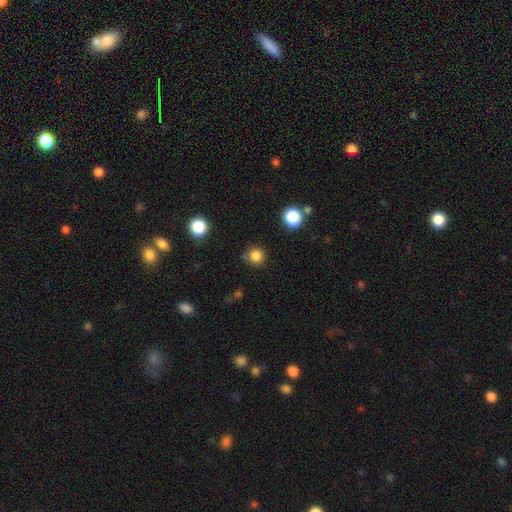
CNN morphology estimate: type=smooth (83%); roundness=round (92%); merging=none (80%).